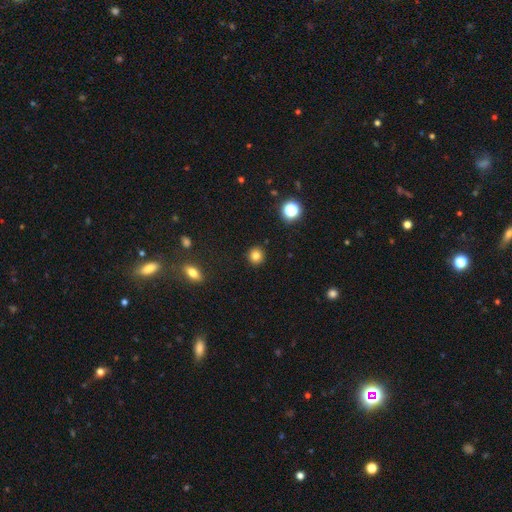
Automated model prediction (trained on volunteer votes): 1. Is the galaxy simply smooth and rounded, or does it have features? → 82% smooth, 13% star or artifact, 6% featured or disk.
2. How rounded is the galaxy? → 91% round, 8% in between, 1% cigar-shaped.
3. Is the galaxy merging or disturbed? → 91% none, 6% minor disturbance, 2% major disturbance, 1% merger.